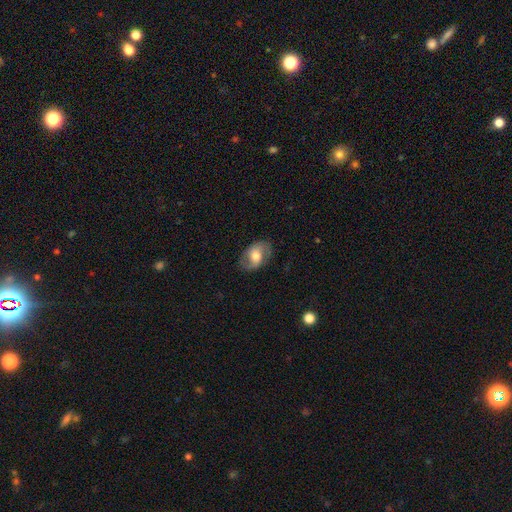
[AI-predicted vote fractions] This appears to be a featured or disk galaxy (50%). Merging: none (77%).